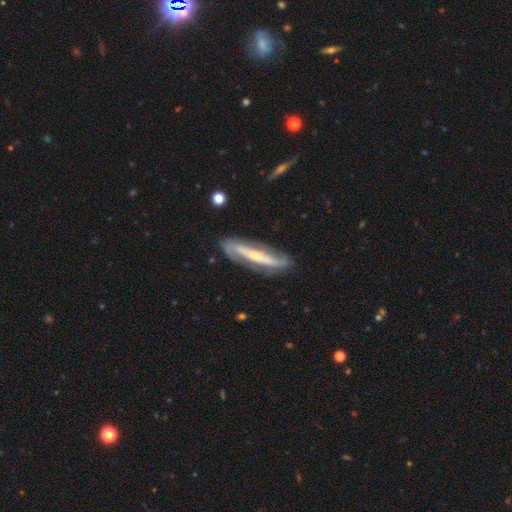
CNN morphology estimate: type=featured or disk (77%); edge-on=no (61%); merging=none (80%).